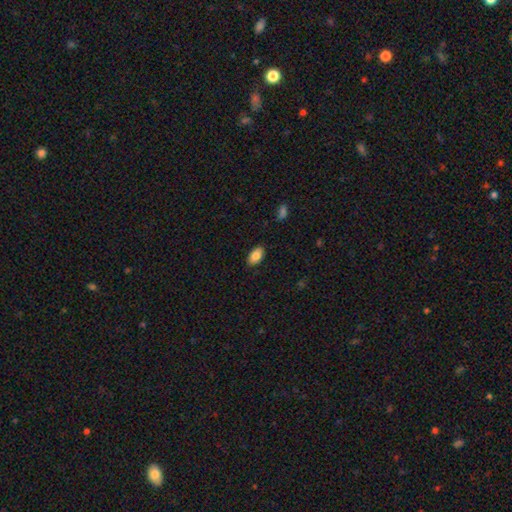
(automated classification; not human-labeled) This appears to be a smooth galaxy with no disk features (87%) that is in between round and cigar-shaped (94%). Merging: none (87%).